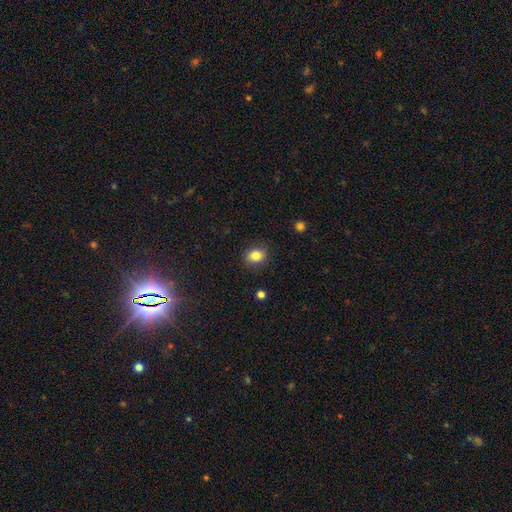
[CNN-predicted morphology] smooth_or_featured: smooth (p=0.83) [alt: star or artifact p=0.10]
how_rounded: round (p=0.54) [alt: in between p=0.45]
merging: none (p=0.87) [alt: minor disturbance p=0.10]